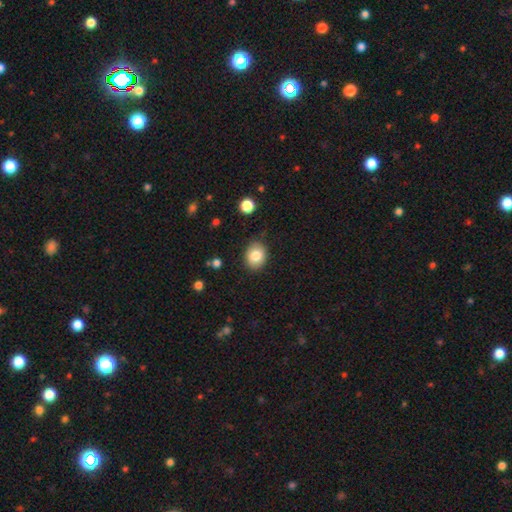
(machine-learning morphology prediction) Q: Smooth or featured?
A: smooth (83%); runner-up: star or artifact (9%)
Q: How rounded?
A: in between (52%); runner-up: round (48%)
Q: Merging?
A: none (85%); runner-up: minor disturbance (11%)